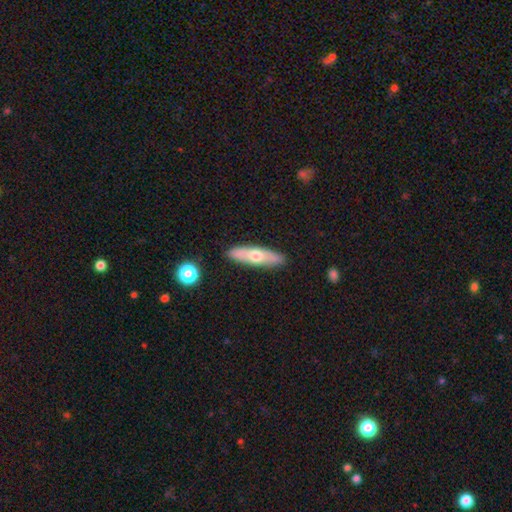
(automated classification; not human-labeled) Q: Smooth or featured?
A: smooth (54%); runner-up: featured or disk (40%)
Q: How rounded?
A: cigar-shaped (65%); runner-up: in between (33%)
Q: Merging?
A: none (87%); runner-up: minor disturbance (9%)